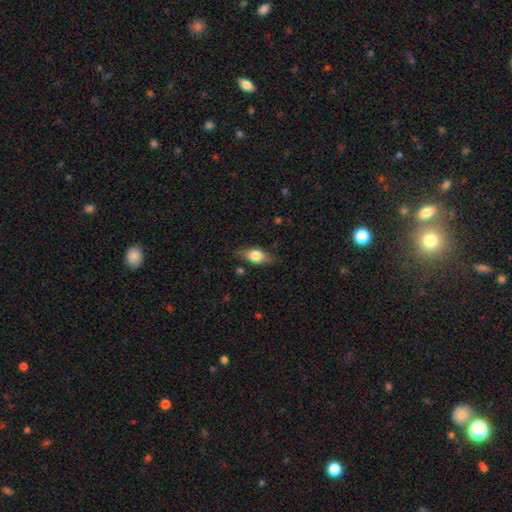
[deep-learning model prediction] smooth 66%, featured or disk 27%, star or artifact 7%. Down the decision tree: how rounded — in between (77%); merging — none (76%).